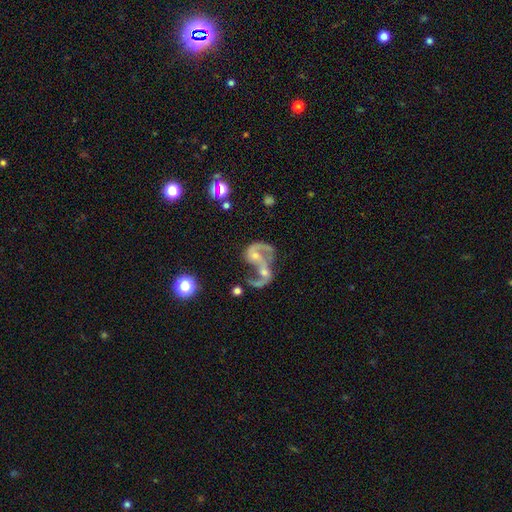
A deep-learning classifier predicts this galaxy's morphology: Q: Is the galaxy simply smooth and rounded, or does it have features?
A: featured or disk — 80%.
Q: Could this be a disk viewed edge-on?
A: no — 98%.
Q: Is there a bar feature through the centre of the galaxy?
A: no — 55%.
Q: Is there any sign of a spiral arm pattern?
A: yes — 85%.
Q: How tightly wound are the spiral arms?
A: loose — 63%.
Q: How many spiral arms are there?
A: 2 — 68%.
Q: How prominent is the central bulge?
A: small — 49%.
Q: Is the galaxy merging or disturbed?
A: merger — 56%.